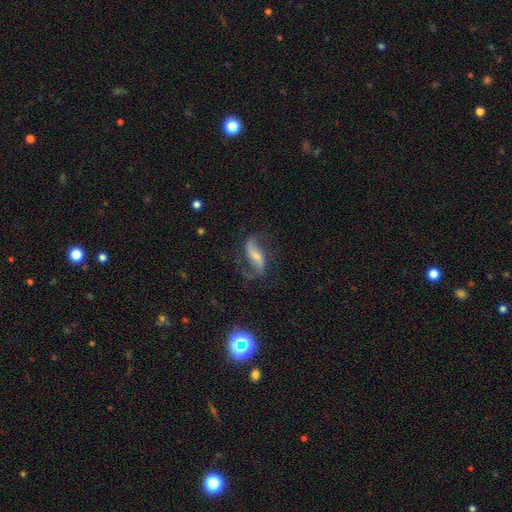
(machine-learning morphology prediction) Overall: featured or disk (82%). Edge-on disk: no (95%). Bar: strong (40%; weak 39%). Spiral arms: yes (95%). Spiral arm count: 2 (91%). Spiral winding: loose (69%). Bulge size: small (45%; moderate 36%). Merging: none (67%).